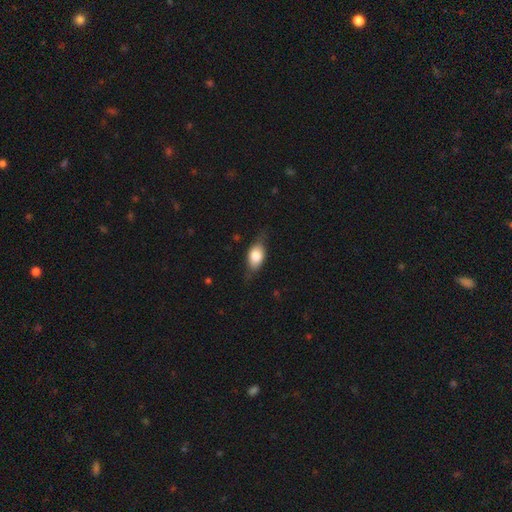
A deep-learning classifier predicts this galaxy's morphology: This is likely a smooth galaxy (69%). How rounded: clearly in between (82%). Merging: likely none (66%).